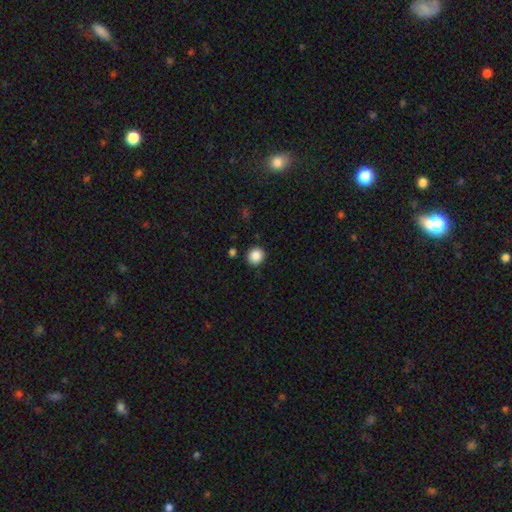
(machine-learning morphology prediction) A smooth galaxy with no disk features (88%) that is round (88%).

Vote fractions:
- Smooth or featured? smooth: 88% / star or artifact: 9% / featured or disk: 3%
- How rounded? round: 88% / in between: 11% / cigar-shaped: 1%
- Merging? none: 89% / minor disturbance: 7% / major disturbance: 2% / merger: 2%